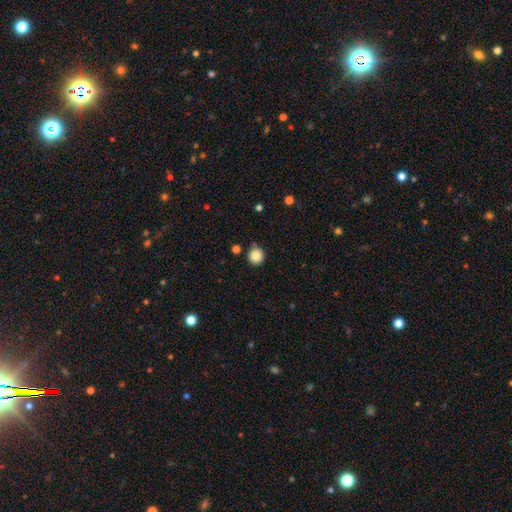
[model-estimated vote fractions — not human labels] This appears to be a smooth galaxy with no disk features (84%) that is round (92%). Merging: none (84%).